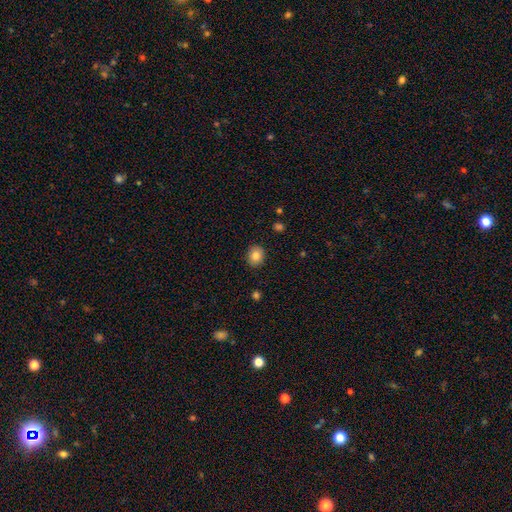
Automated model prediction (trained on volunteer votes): This appears to be a smooth galaxy with no disk features (84%) that is round (63%). Merging: none (89%).